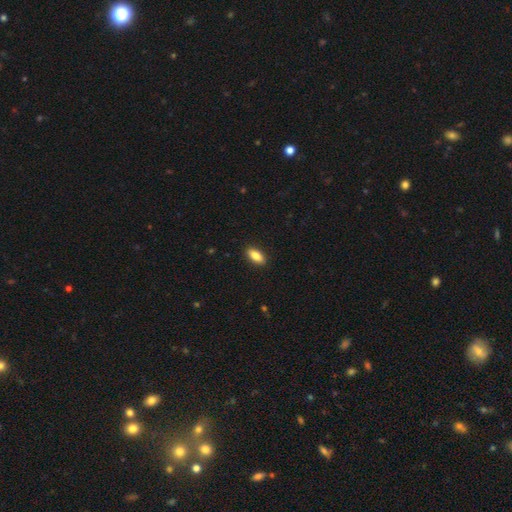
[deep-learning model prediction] Smooth or featured: smooth — 85% (featured or disk — 8%)
How rounded: in between — 85% (cigar-shaped — 12%)
Merging: none — 90% (minor disturbance — 7%)